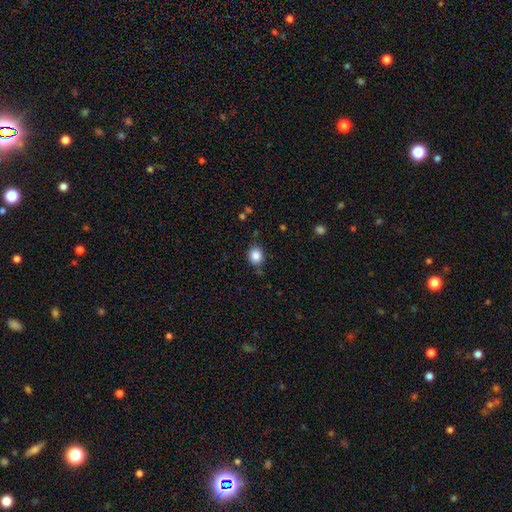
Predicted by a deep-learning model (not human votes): Smooth or featured?
  - smooth: 86% *
  - star or artifact: 10%
  - featured or disk: 4%
How rounded?
  - round: 71% *
  - in between: 28%
  - cigar-shaped: 1%
Merging?
  - none: 79% *
  - minor disturbance: 14%
  - major disturbance: 3%
  - merger: 3%